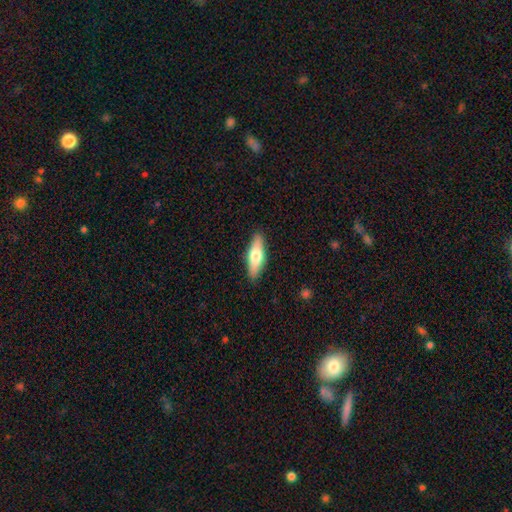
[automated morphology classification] The model was most divided on "how rounded": in between: 51%, cigar-shaped: 47%, round: 2%. More confident: merging — none (89%); smooth or featured — smooth (64%).